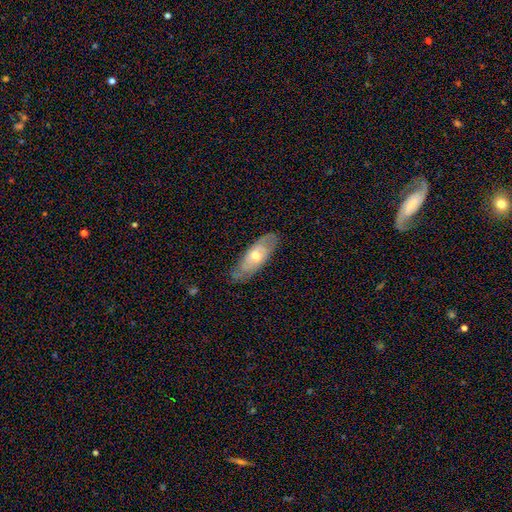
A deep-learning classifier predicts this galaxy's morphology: Smooth or featured: featured or disk — 57% (smooth — 37%)
Edge-on disk: no — 75% (yes — 25%)
Merging: none — 73% (minor disturbance — 22%)